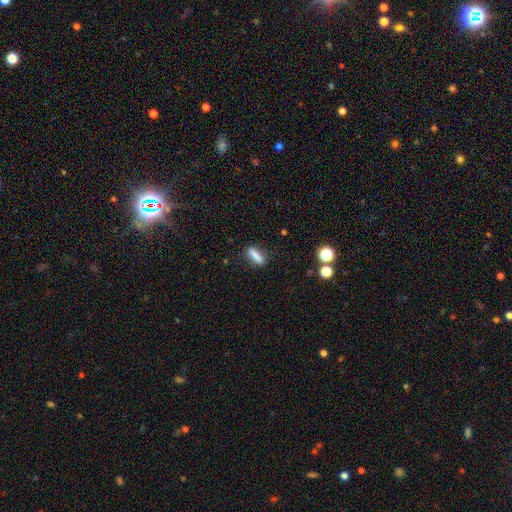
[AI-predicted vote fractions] Smooth or featured?
  - smooth: 79% *
  - featured or disk: 12%
  - star or artifact: 9%
How rounded?
  - cigar-shaped: 66% *
  - in between: 30%
  - round: 4%
Merging?
  - none: 82% *
  - minor disturbance: 12%
  - major disturbance: 4%
  - merger: 2%